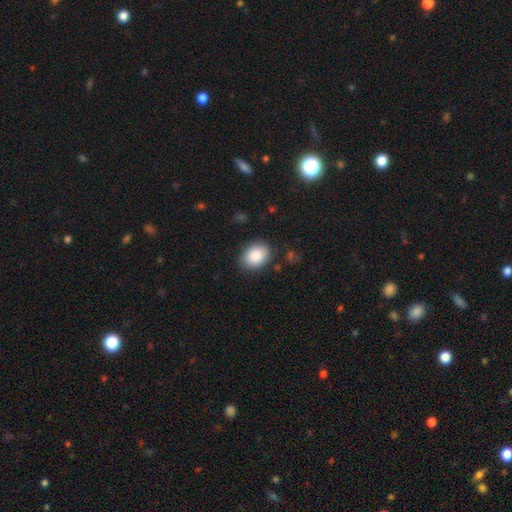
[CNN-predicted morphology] Q: Smooth or featured?
A: smooth (87%); runner-up: star or artifact (7%)
Q: How rounded?
A: in between (70%); runner-up: round (29%)
Q: Merging?
A: none (83%); runner-up: minor disturbance (12%)